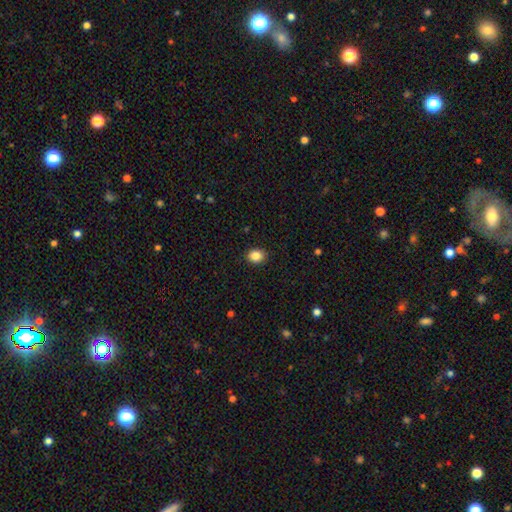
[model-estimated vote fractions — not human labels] Smooth or featured?
  - smooth: 86% *
  - star or artifact: 9%
  - featured or disk: 4%
How rounded?
  - round: 57% *
  - in between: 42%
  - cigar-shaped: 1%
Merging?
  - none: 90% *
  - minor disturbance: 7%
  - major disturbance: 2%
  - merger: 1%